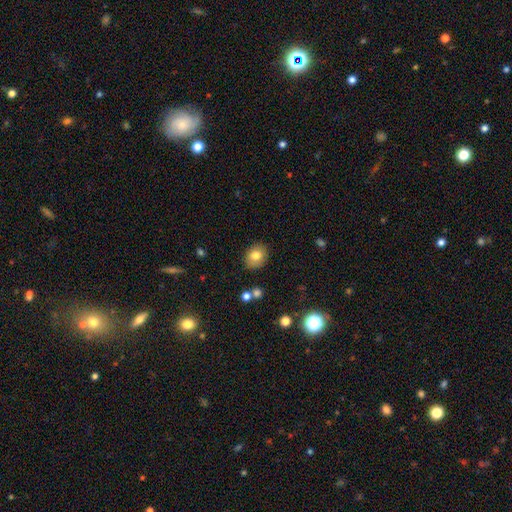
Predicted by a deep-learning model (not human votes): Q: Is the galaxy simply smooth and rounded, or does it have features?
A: smooth — 78%.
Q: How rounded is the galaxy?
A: round — 51%.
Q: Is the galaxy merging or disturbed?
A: none — 86%.